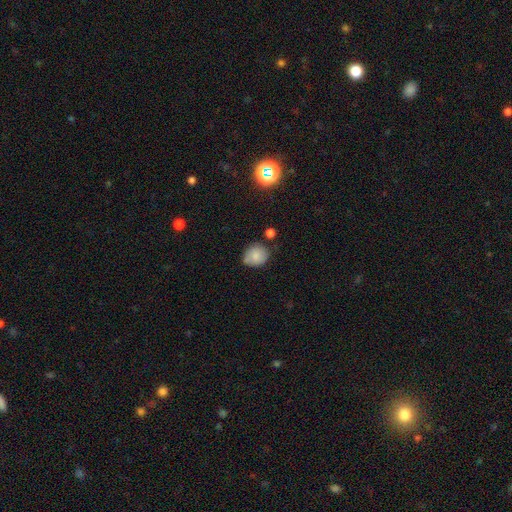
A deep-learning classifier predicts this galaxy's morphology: Q: Smooth or featured?
A: smooth (81%); runner-up: featured or disk (9%)
Q: How rounded?
A: round (70%); runner-up: in between (29%)
Q: Merging?
A: none (64%); runner-up: minor disturbance (24%)